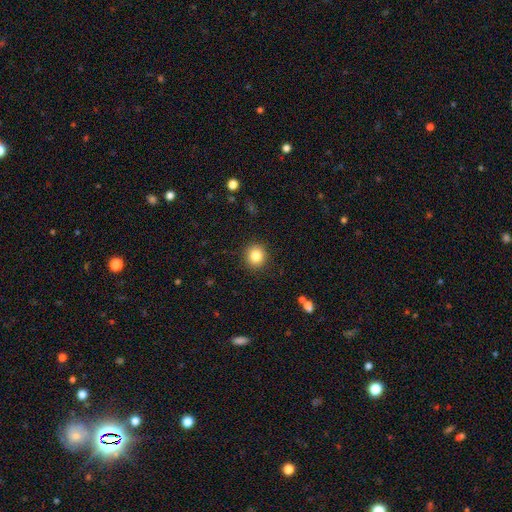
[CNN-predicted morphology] A smooth galaxy with no disk features (83%) that is round (89%). Merging: none (91%).